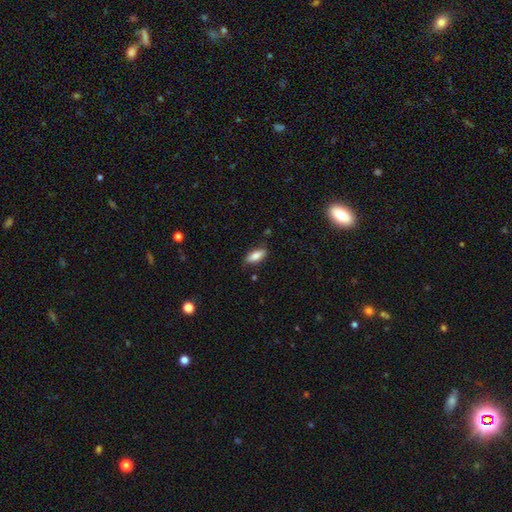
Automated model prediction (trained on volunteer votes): Smooth or featured? smooth (82%)
How rounded? in between (76%)
Merging? none (81%)